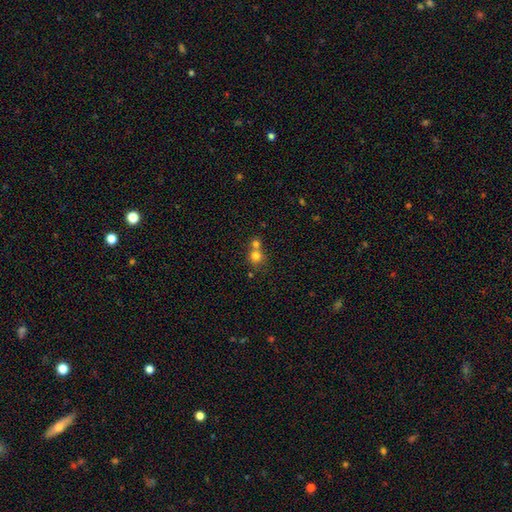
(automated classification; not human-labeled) This appears to be a smooth galaxy with no disk features (77%) that is round (88%). Merging: merger (48%).